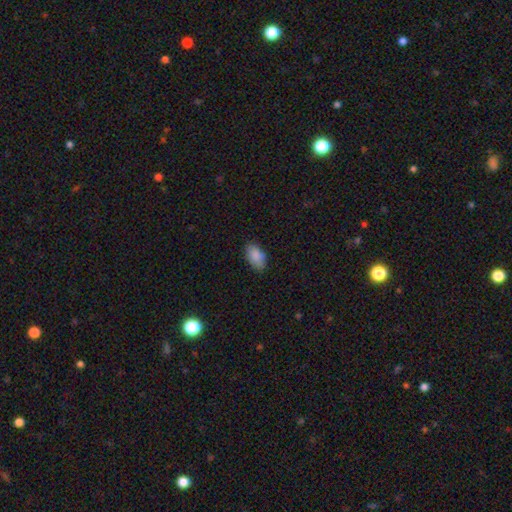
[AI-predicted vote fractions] Morphology: type=smooth (88%); roundness=in between (93%); merging=none (82%).